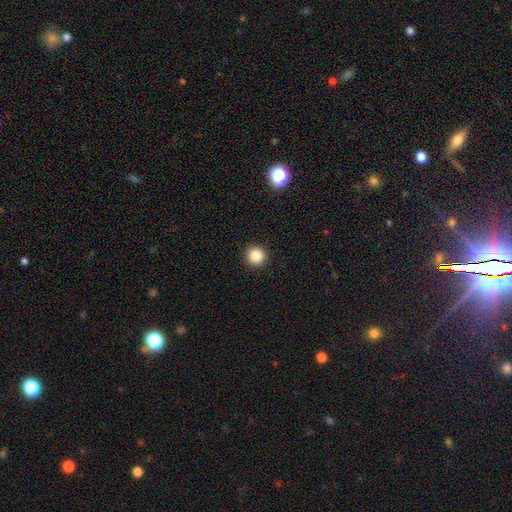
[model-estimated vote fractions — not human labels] This appears to be a smooth galaxy with no disk features (86%) that is round (94%). Merging: none (92%).